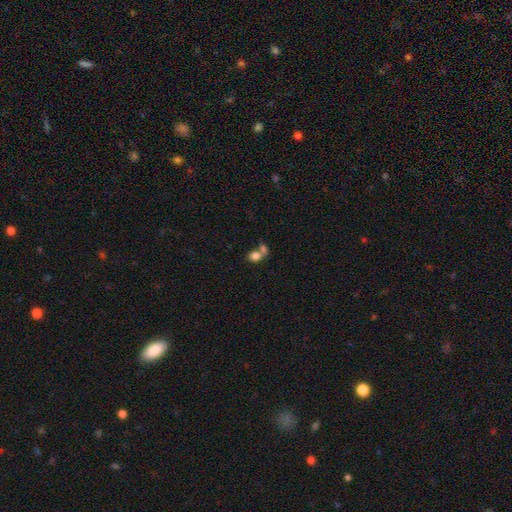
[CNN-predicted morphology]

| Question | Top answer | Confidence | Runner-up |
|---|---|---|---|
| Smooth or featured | smooth | 78% | featured or disk (12%) |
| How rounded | in between | 52% | round (46%) |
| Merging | merger | 57% | none (30%) |